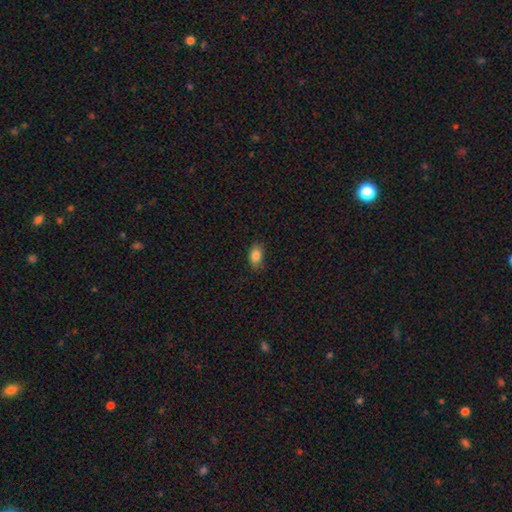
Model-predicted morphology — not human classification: Smooth or featured? Predicted: smooth (p=0.84). How rounded? Predicted: in between (p=0.85). Merging? Predicted: none (p=0.84).